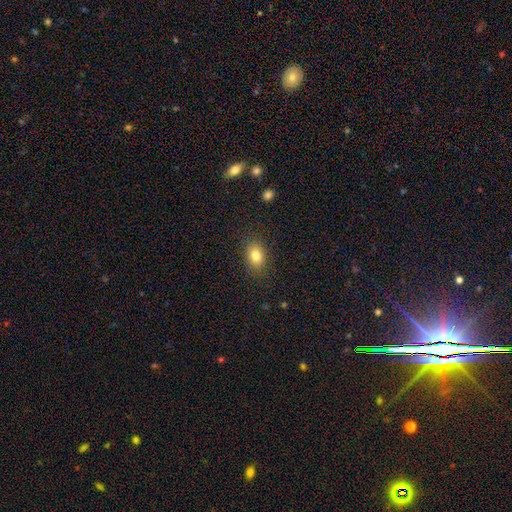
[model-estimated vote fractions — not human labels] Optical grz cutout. It shows a smooth galaxy with no disk features (81%) that is in between round and cigar-shaped (75%). Merging: none (86%).